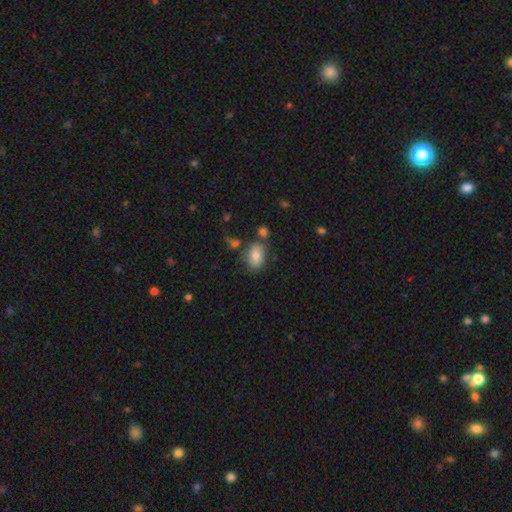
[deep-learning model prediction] smooth-or-featured: smooth: 77% | featured or disk: 13% | star or artifact: 9%
  how-rounded: in between: 81% | round: 17% | cigar-shaped: 2%
  merging: none: 67% | minor disturbance: 17% | merger: 11% | major disturbance: 5%